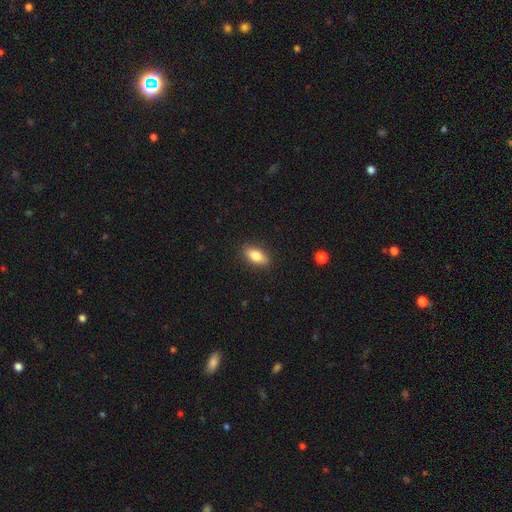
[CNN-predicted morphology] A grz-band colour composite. It shows a smooth galaxy with no disk features (81%) that is in between round and cigar-shaped (85%). Merging: none (88%).